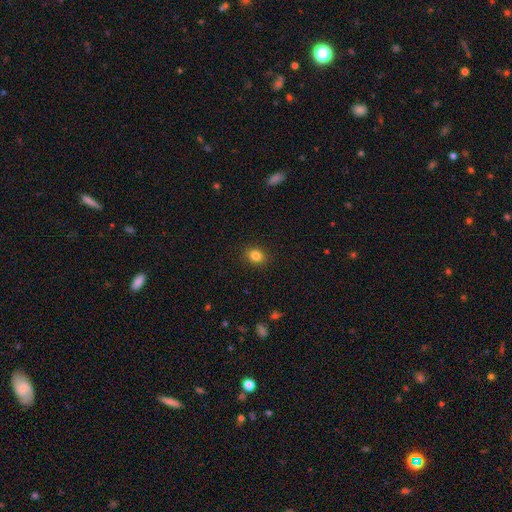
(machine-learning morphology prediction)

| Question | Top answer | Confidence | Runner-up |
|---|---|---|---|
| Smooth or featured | smooth | 83% | star or artifact (11%) |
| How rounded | round | 54% | in between (45%) |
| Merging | none | 90% | minor disturbance (7%) |